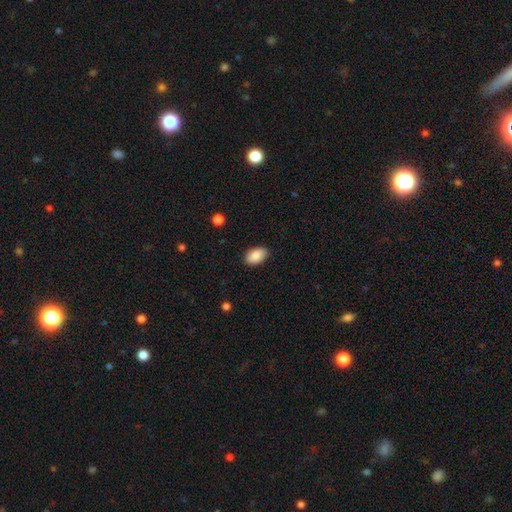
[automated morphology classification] smooth 89%, star or artifact 7%, featured or disk 5%. Down the decision tree: how rounded — in between (93%); merging — none (86%).